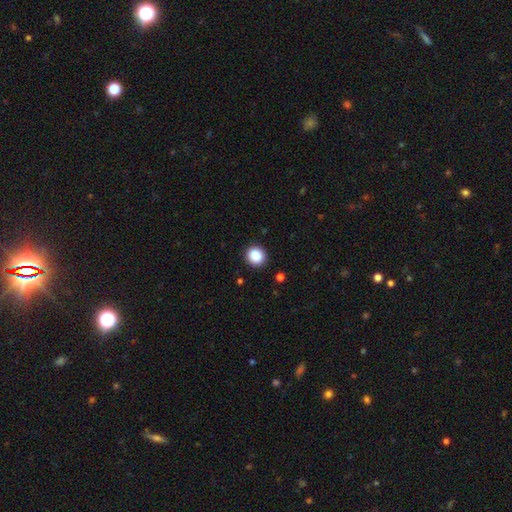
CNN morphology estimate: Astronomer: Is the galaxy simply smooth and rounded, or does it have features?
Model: smooth — 86%.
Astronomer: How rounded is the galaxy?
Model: round — 88%.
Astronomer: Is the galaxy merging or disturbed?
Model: none — 92%.